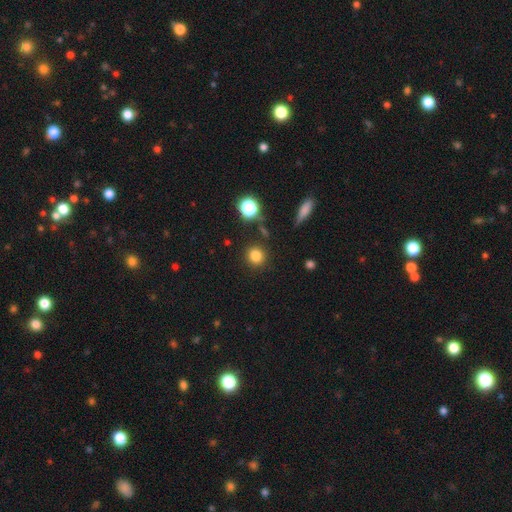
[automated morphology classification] Smooth or featured: smooth — 81% (star or artifact — 14%)
How rounded: round — 89% (in between — 10%)
Merging: none — 87% (minor disturbance — 7%)